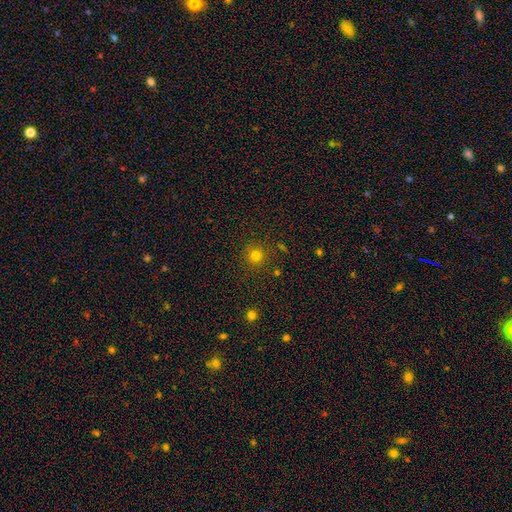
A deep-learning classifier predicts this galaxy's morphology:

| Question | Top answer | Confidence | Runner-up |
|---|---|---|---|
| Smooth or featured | smooth | 77% | star or artifact (17%) |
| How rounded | round | 94% | in between (5%) |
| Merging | none | 88% | minor disturbance (7%) |